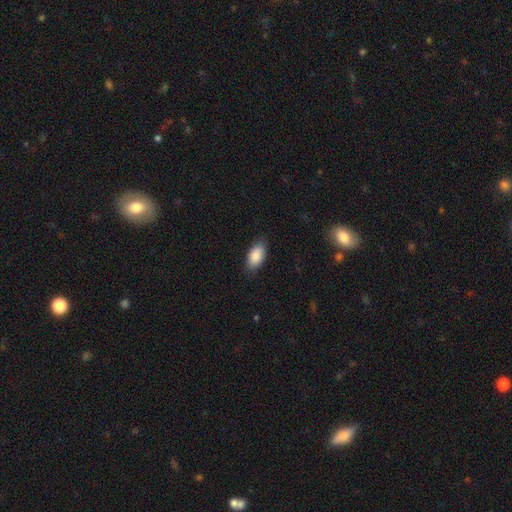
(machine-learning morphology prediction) The model was most divided on "merging": none: 84%, minor disturbance: 12%, major disturbance: 2%, merger: 1%. More confident: how rounded — in between (93%); smooth or featured — smooth (87%).